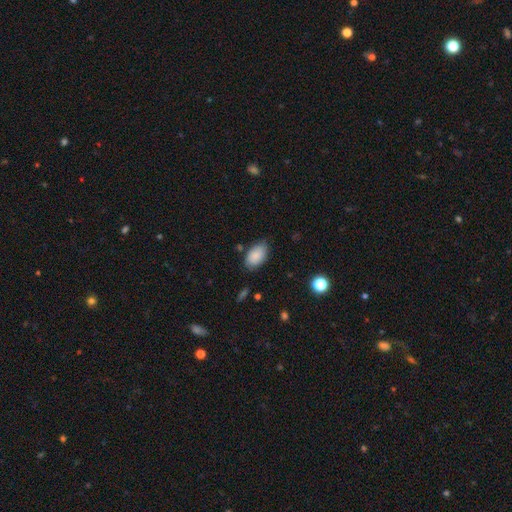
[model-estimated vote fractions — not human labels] smooth_or_featured: smooth (p=0.84) [alt: featured or disk p=0.09]
how_rounded: in between (p=0.92) [alt: round p=0.06]
merging: none (p=0.73) [alt: minor disturbance p=0.21]